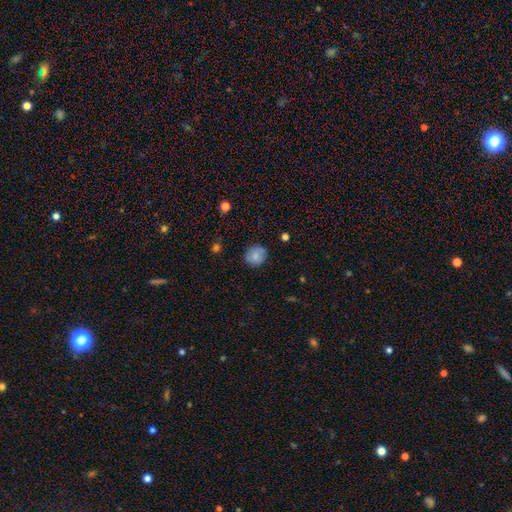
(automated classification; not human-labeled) A smooth galaxy with no disk features (83%) that is round (85%). Merging: none (85%).